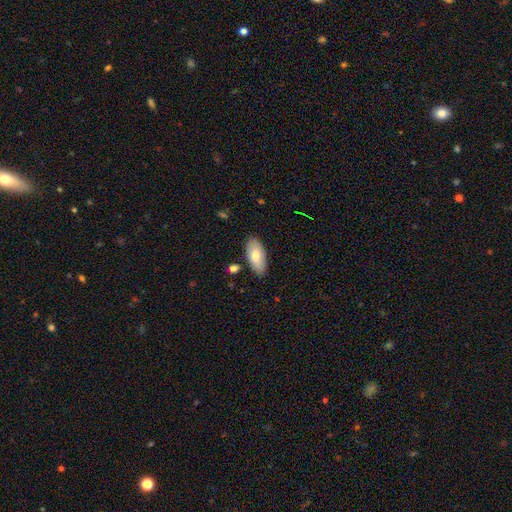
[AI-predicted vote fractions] Smooth or featured? smooth (73%)
How rounded? in between (92%)
Merging? none (84%)